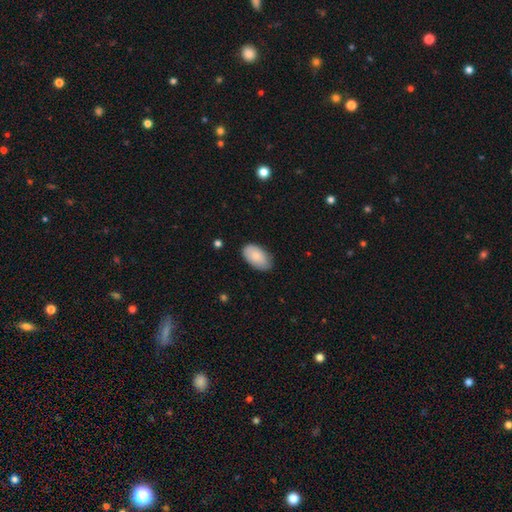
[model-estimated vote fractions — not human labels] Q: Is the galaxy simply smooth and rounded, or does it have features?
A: smooth — 82%.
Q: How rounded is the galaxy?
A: in between — 94%.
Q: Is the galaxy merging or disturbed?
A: none — 79%.